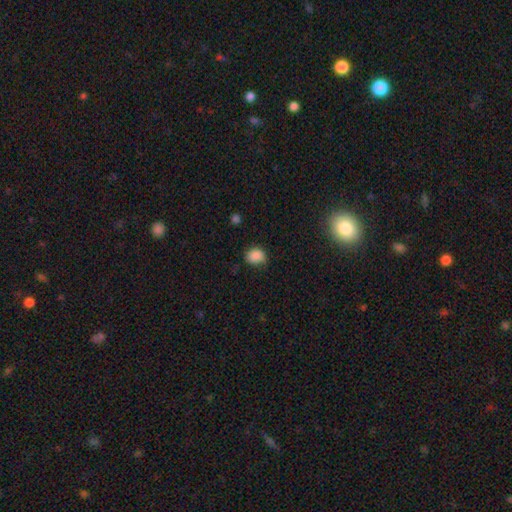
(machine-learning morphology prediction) Q: Smooth or featured?
A: smooth (86%); runner-up: star or artifact (10%)
Q: How rounded?
A: round (58%); runner-up: in between (41%)
Q: Merging?
A: none (76%); runner-up: minor disturbance (19%)